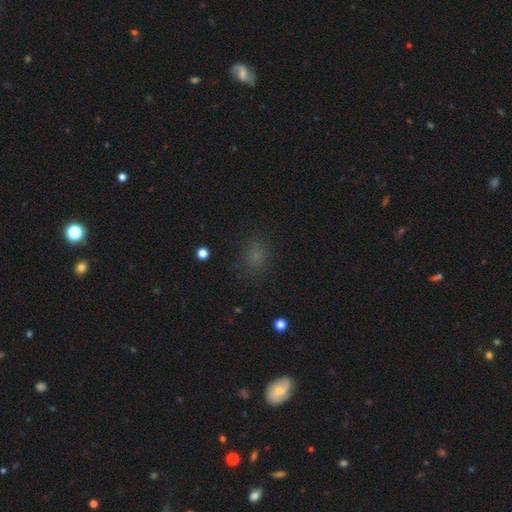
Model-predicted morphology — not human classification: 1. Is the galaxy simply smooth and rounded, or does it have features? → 68% smooth, 25% star or artifact, 8% featured or disk.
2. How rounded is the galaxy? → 55% round, 44% in between, 2% cigar-shaped.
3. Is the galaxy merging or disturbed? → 81% none, 12% minor disturbance, 5% major disturbance, 1% merger.